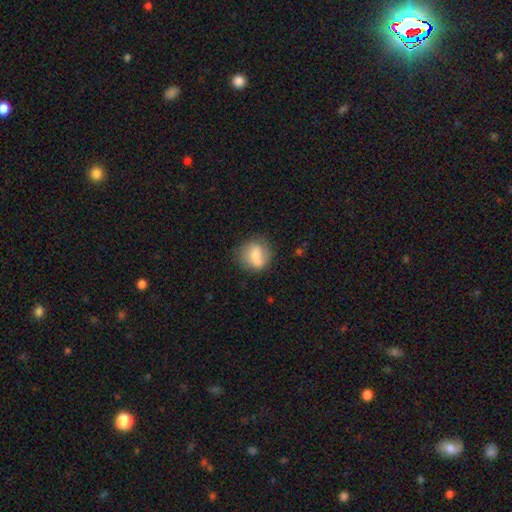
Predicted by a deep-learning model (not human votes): Smooth or featured? smooth (65%)
How rounded? round (78%)
Merging? none (59%)